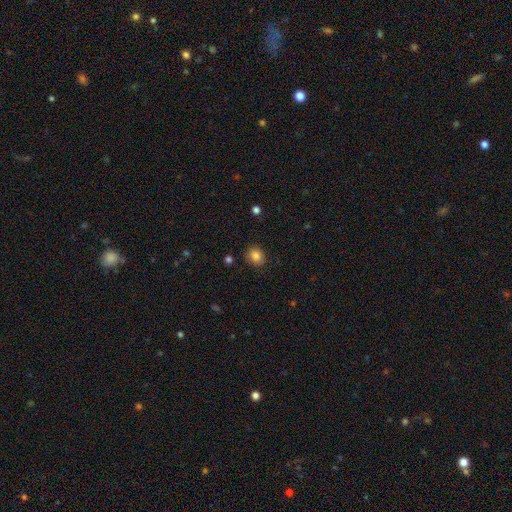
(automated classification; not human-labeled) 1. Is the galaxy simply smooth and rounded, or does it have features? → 84% smooth, 11% star or artifact, 5% featured or disk.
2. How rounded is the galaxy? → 66% round, 33% in between, 1% cigar-shaped.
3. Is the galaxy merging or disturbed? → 87% none, 10% minor disturbance, 3% major disturbance, 1% merger.